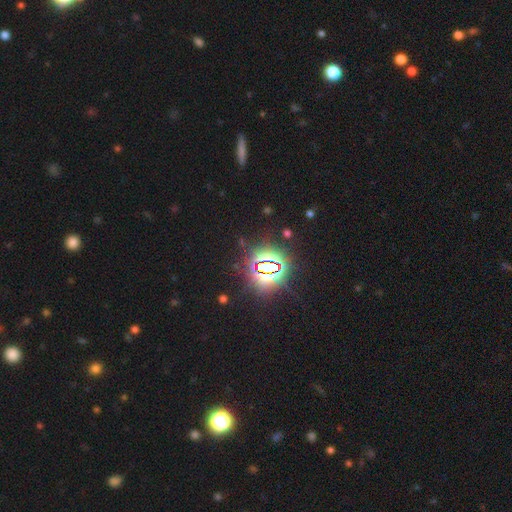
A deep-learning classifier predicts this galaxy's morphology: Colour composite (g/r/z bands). It shows a star or artifact, not a galaxy (83%).